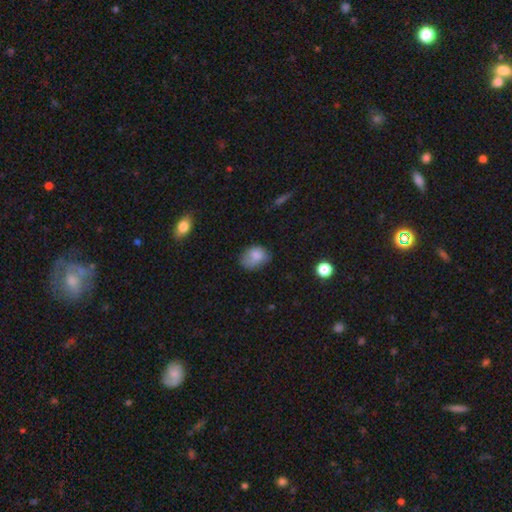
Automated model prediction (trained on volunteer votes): Smooth or featured?
  - smooth: 79% *
  - featured or disk: 11%
  - star or artifact: 9%
How rounded?
  - in between: 64% *
  - round: 35%
  - cigar-shaped: 1%
Merging?
  - none: 54% *
  - minor disturbance: 32%
  - major disturbance: 10%
  - merger: 4%